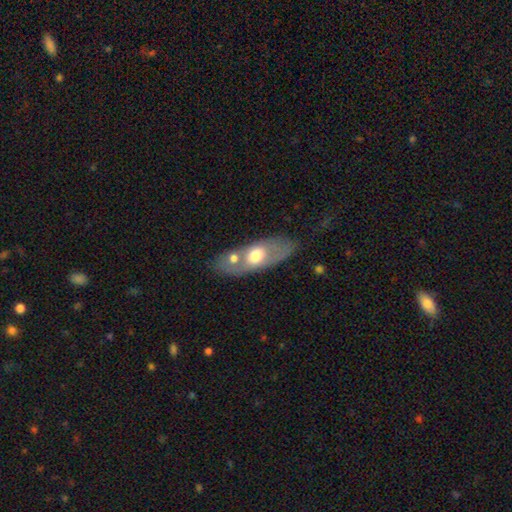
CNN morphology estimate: Q: Smooth or featured?
A: smooth (51%); runner-up: featured or disk (43%)
Q: How rounded?
A: in between (78%); runner-up: cigar-shaped (17%)
Q: Merging?
A: none (57%); runner-up: merger (23%)